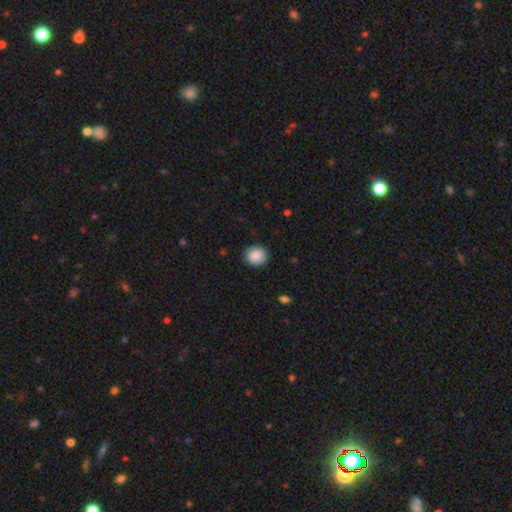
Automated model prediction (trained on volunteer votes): A smooth galaxy with no disk features (89%) that is round (82%).

Vote fractions:
- Smooth or featured? smooth: 89% / star or artifact: 8% / featured or disk: 4%
- How rounded? round: 82% / in between: 17% / cigar-shaped: 1%
- Merging? none: 88% / minor disturbance: 9% / major disturbance: 2% / merger: 1%